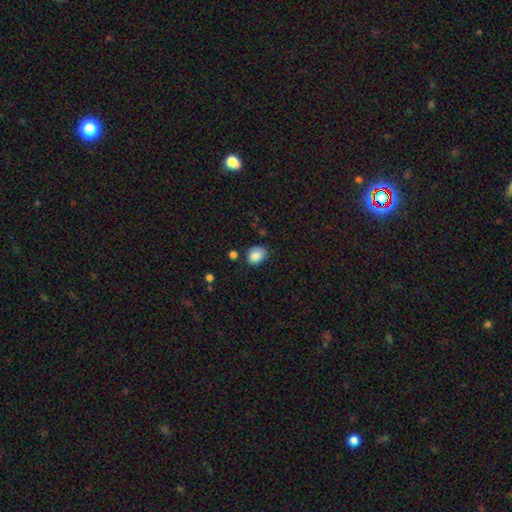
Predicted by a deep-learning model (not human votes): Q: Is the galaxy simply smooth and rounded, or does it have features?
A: smooth — 86%.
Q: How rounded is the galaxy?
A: in between — 54%.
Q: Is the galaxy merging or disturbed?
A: none — 67%.